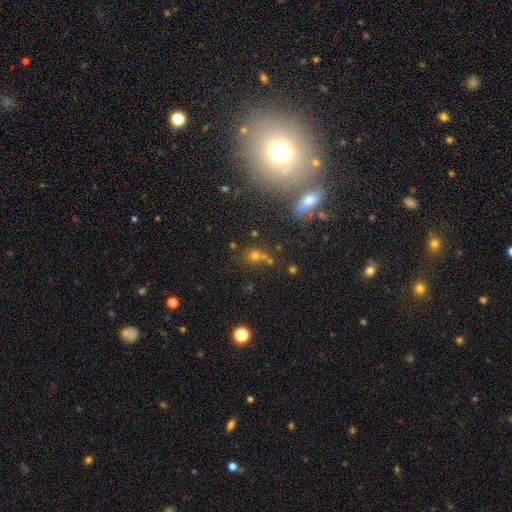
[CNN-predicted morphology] Smooth or featured: smooth — 55% (star or artifact — 32%)
How rounded: round — 71% (in between — 25%)
Merging: none — 59% (merger — 22%)